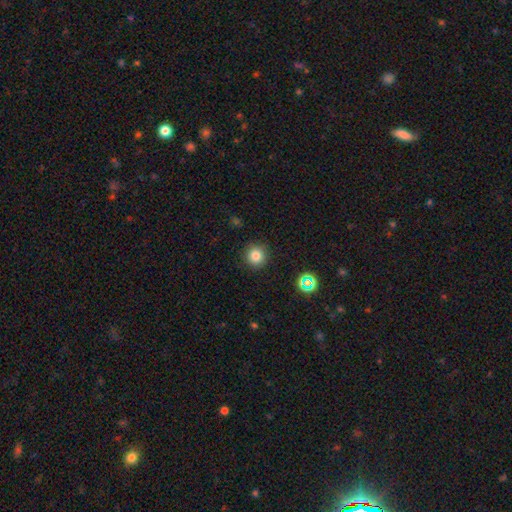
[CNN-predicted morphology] A smooth galaxy with no disk features (81%) that is round (94%). Merging: none (91%).